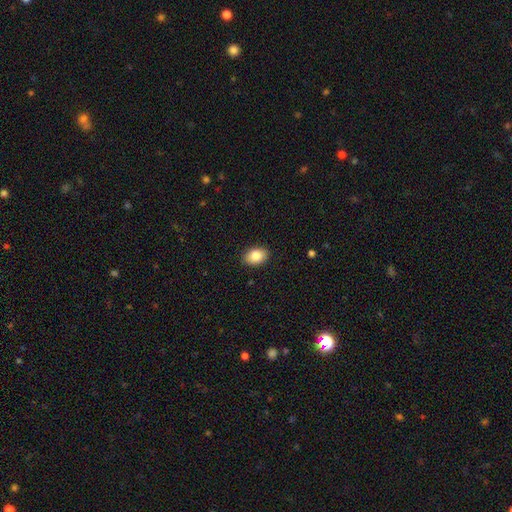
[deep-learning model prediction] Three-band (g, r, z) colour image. It shows a smooth galaxy with no disk features (84%) that is in between round and cigar-shaped (80%). Merging: none (90%).